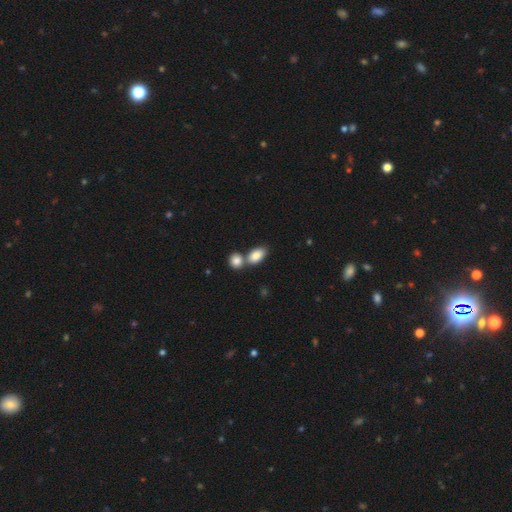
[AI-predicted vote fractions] smooth-or-featured: smooth: 85% | featured or disk: 8% | star or artifact: 7%
  how-rounded: in between: 89% | round: 8% | cigar-shaped: 3%
  merging: merger: 45% | none: 43% | minor disturbance: 10% | major disturbance: 3%